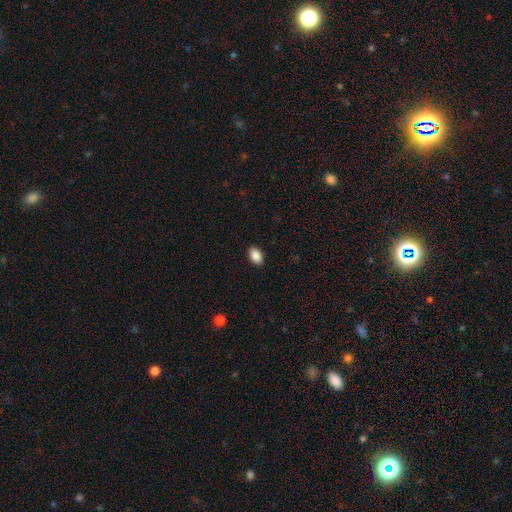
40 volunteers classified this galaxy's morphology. Smooth or featured? 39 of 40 (98%) said smooth. How rounded? 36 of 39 (92%) said in between. Merging? 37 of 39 (95%) said none.